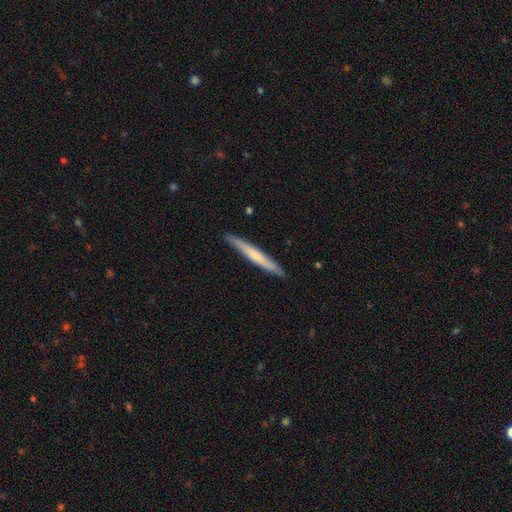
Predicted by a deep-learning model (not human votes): Morphology: type=smooth (53%); roundness=cigar-shaped (96%); merging=none (90%).